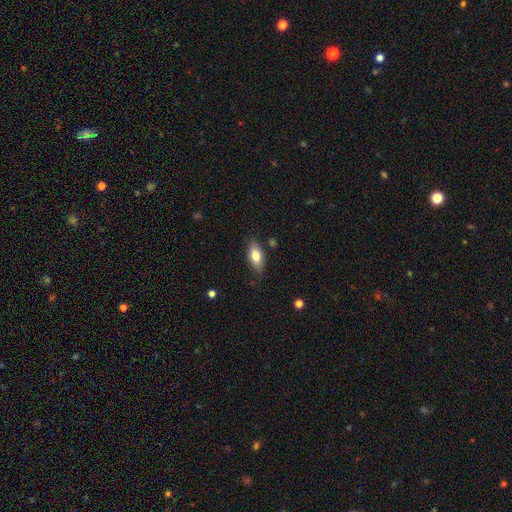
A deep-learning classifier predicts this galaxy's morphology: A smooth galaxy with no disk features (77%) that is in between round and cigar-shaped (86%). Merging: none (82%).